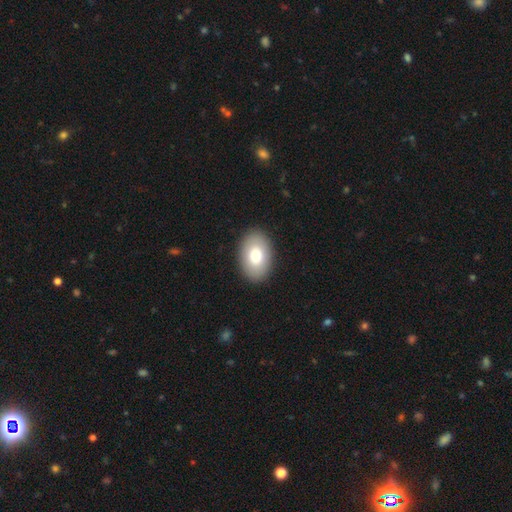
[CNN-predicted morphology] type=smooth (78%); roundness=in between (88%); merging=none (90%).